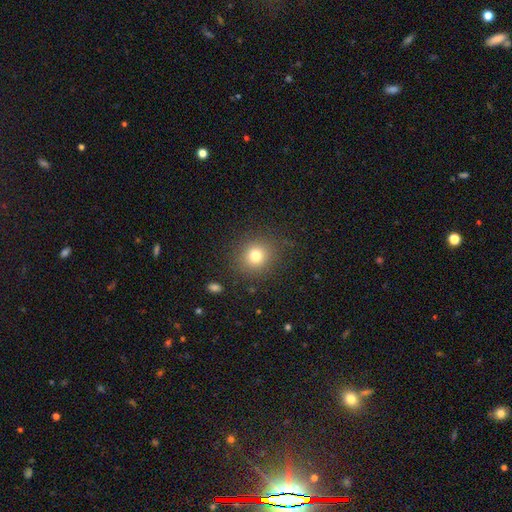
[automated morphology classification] Smooth or featured: smooth — 78% (star or artifact — 14%)
How rounded: round — 85% (in between — 14%)
Merging: none — 87% (minor disturbance — 8%)